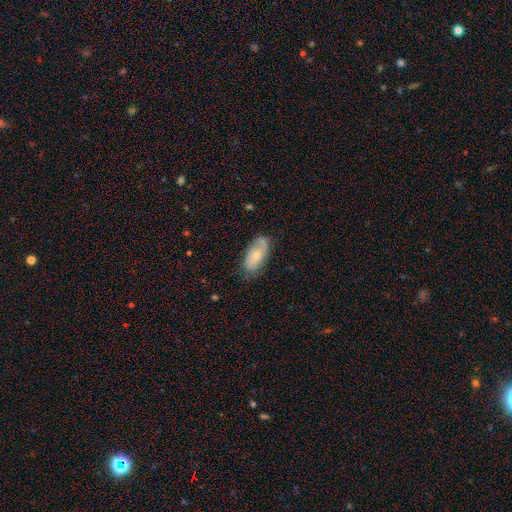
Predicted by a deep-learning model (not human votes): This is possibly a smooth galaxy (54%). How rounded: clearly in between (91%). Merging: likely none (71%).